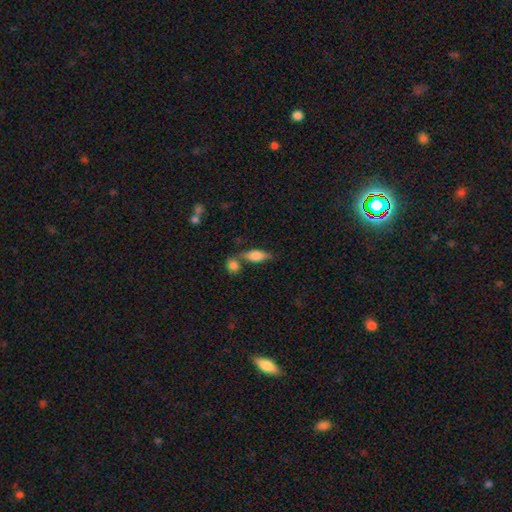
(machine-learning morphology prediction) Q: Smooth or featured?
A: smooth (67%); runner-up: featured or disk (26%)
Q: How rounded?
A: in between (67%); runner-up: cigar-shaped (28%)
Q: Merging?
A: none (59%); runner-up: merger (22%)